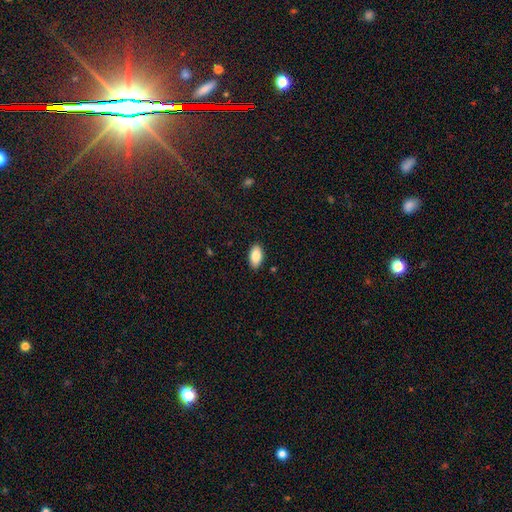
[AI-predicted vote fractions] This appears to be a smooth galaxy with no disk features (87%) that is in between round and cigar-shaped (94%). Merging: none (88%).